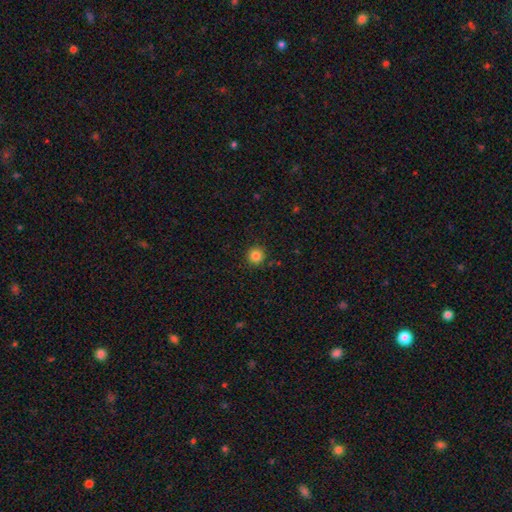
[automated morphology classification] This appears to be a smooth galaxy with no disk features (84%) that is round (95%). Merging: none (91%).